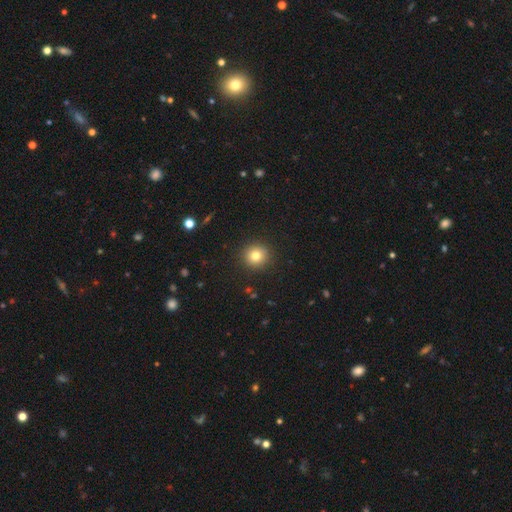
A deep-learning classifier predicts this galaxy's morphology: A smooth galaxy with no disk features (79%) that is round (93%).

Vote fractions:
- Smooth or featured? smooth: 79% / star or artifact: 12% / featured or disk: 8%
- How rounded? round: 93% / in between: 6% / cigar-shaped: 1%
- Merging? none: 91% / minor disturbance: 5% / major disturbance: 2% / merger: 1%